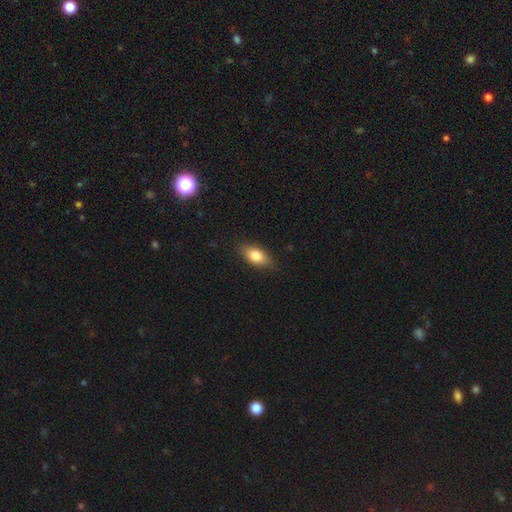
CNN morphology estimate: A smooth galaxy with no disk features (79%) that is in between round and cigar-shaped (86%).

Vote fractions:
- Smooth or featured? smooth: 79% / featured or disk: 13% / star or artifact: 7%
- How rounded? in between: 86% / cigar-shaped: 8% / round: 7%
- Merging? none: 82% / minor disturbance: 14% / major disturbance: 3% / merger: 1%